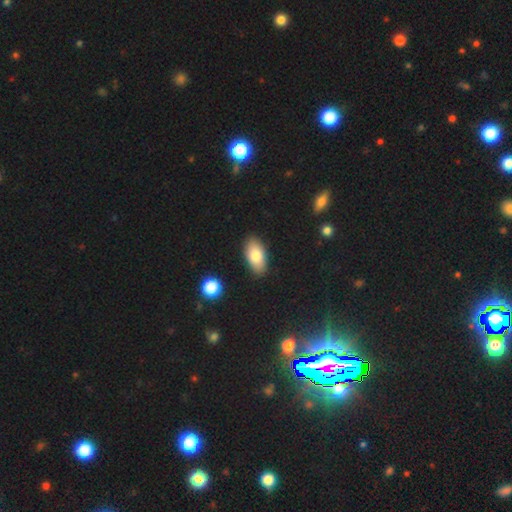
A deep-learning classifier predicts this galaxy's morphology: The model was most divided on "smooth or featured": smooth: 81%, featured or disk: 12%, star or artifact: 7%. More confident: how rounded — in between (93%); merging — none (86%).